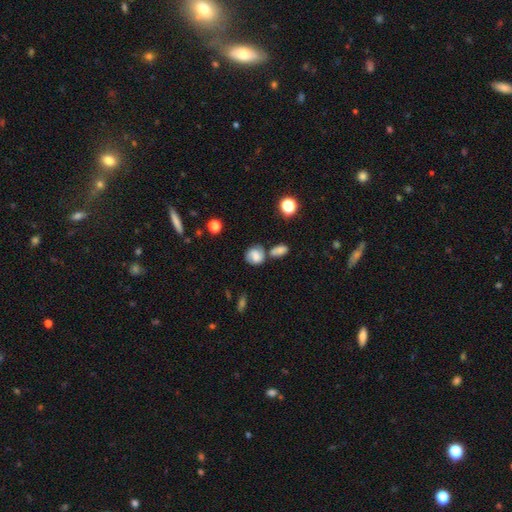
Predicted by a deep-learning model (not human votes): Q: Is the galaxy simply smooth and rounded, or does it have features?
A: smooth — 59%.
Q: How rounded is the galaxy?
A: round — 68%.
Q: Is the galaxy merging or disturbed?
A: none — 55%.